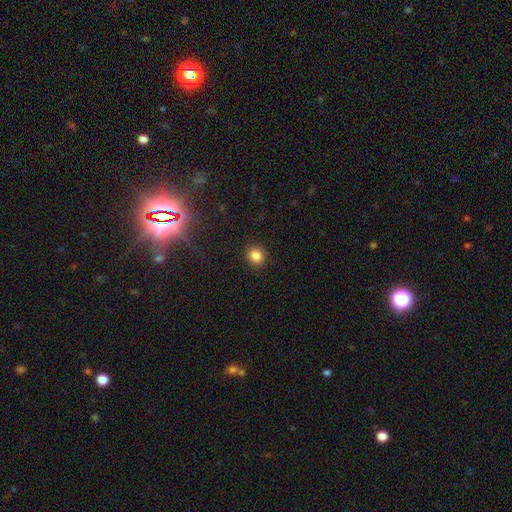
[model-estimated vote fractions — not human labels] Overall: smooth (84%). How rounded: round (83%). Merging: none (90%).